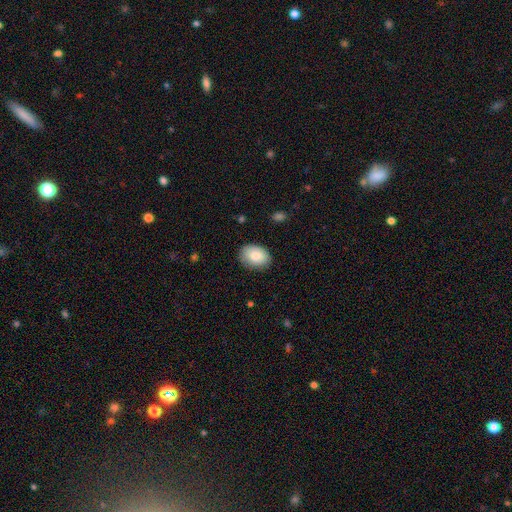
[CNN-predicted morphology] Smooth or featured? Predicted: smooth (p=0.83). How rounded? Predicted: in between (p=0.79). Merging? Predicted: none (p=0.82).